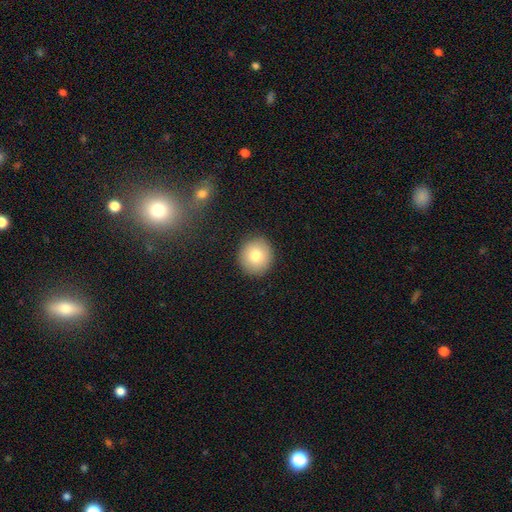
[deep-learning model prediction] Overall: smooth (79%). How rounded: round (90%). Merging: none (91%).